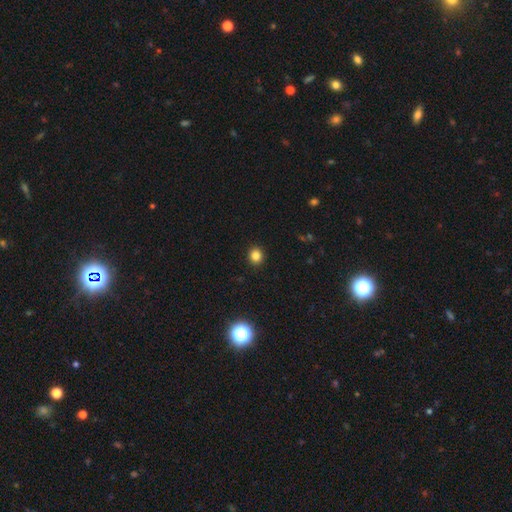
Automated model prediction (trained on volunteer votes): smooth 83%, star or artifact 13%, featured or disk 4%. Down the decision tree: how rounded — round (84%); merging — none (92%).